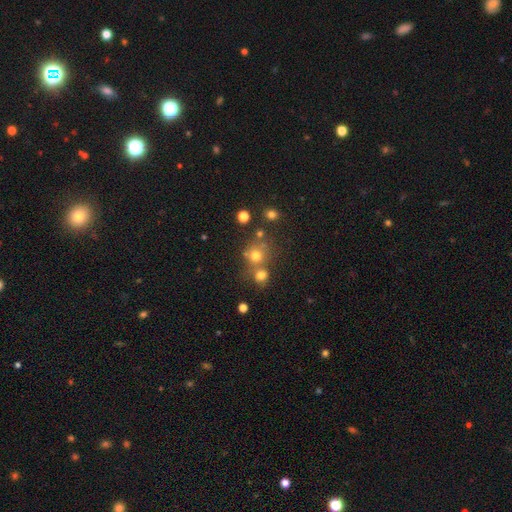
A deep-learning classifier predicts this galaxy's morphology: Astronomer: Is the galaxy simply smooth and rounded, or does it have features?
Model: smooth — 68%.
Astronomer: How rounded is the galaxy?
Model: round — 85%.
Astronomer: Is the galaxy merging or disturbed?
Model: none — 54% (runner-up: merger, 32%).